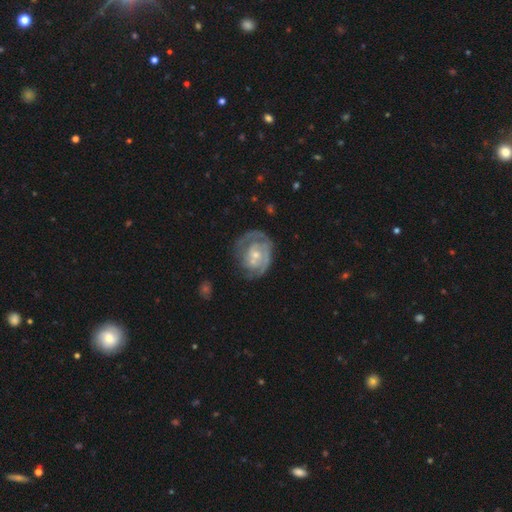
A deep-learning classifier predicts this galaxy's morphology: type=featured or disk (76%); edge-on=no (98%); bar=no (72%); spiral arms=yes (81%); winding=tight (59%); arm count=2 (34%); bulge=small (53%); merging=none (52%).